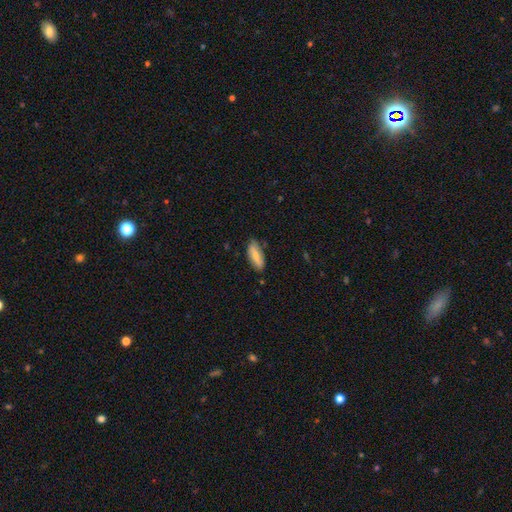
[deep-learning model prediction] Q: Smooth or featured?
A: smooth (72%); runner-up: featured or disk (22%)
Q: How rounded?
A: in between (71%); runner-up: cigar-shaped (27%)
Q: Merging?
A: none (75%); runner-up: minor disturbance (19%)